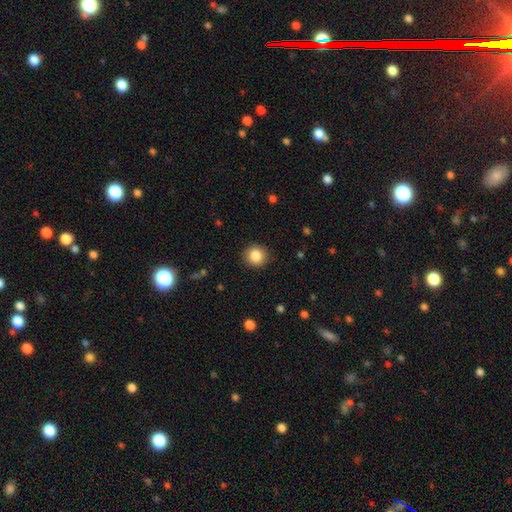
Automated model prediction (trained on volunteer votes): Smooth or featured?
  - smooth: 85% *
  - star or artifact: 9%
  - featured or disk: 6%
How rounded?
  - round: 88% *
  - in between: 11%
  - cigar-shaped: 1%
Merging?
  - none: 90% *
  - minor disturbance: 7%
  - major disturbance: 2%
  - merger: 1%